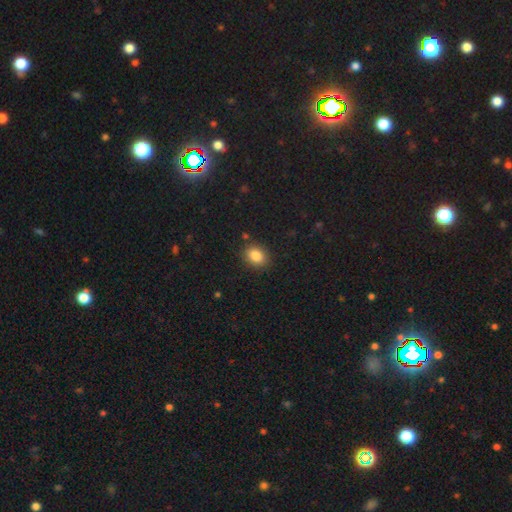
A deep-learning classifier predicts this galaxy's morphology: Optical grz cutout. It shows a smooth galaxy with no disk features (85%) that is in between round and cigar-shaped (54%). Merging: none (87%).